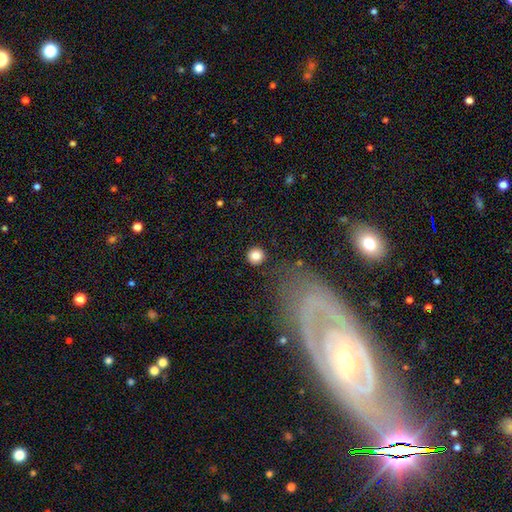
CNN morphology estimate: type=smooth (83%); roundness=round (94%); merging=none (90%).